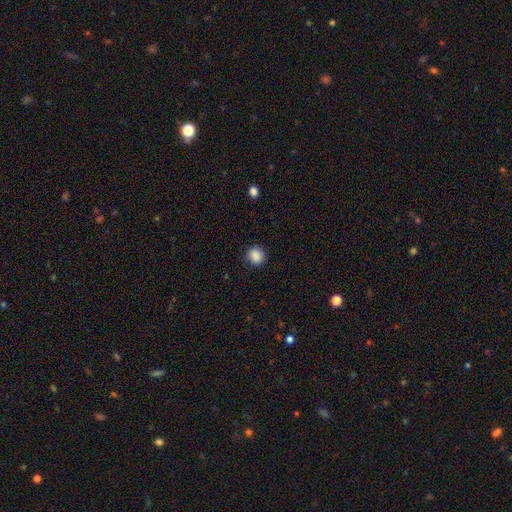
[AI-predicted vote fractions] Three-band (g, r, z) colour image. It shows a smooth galaxy with no disk features (87%) that is round (81%). Merging: none (88%).